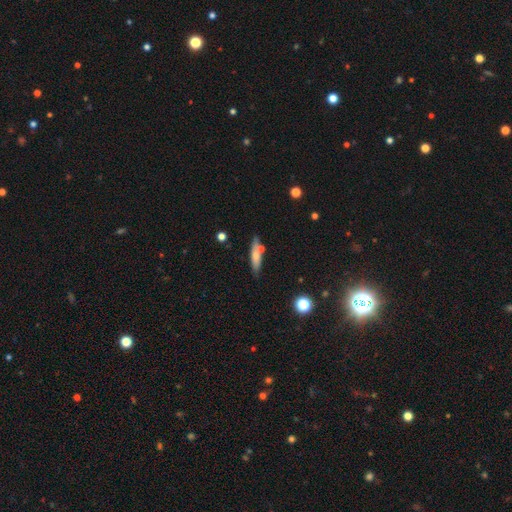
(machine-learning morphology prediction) Smooth or featured? smooth (63%)
How rounded? cigar-shaped (74%)
Merging? none (70%)